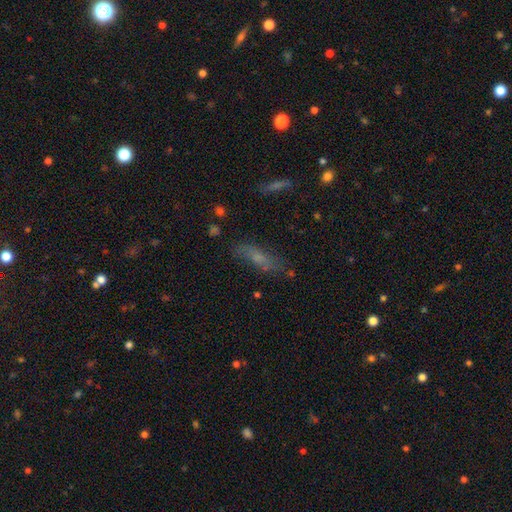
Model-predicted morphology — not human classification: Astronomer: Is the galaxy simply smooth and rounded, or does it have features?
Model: smooth — 47% (runner-up: featured or disk, 33%).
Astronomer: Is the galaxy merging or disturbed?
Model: none — 71%.